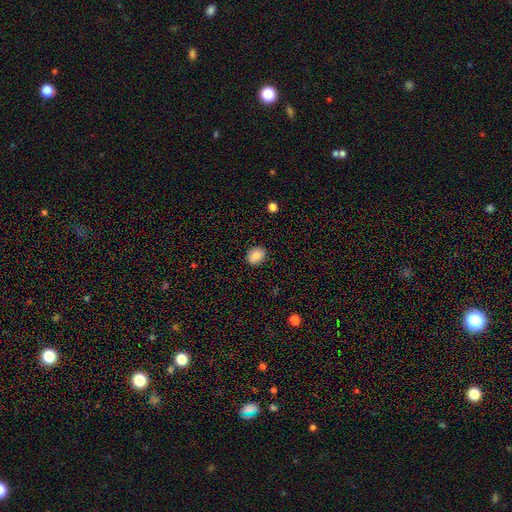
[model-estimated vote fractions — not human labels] Smooth or featured: smooth — 87% (star or artifact — 8%)
How rounded: in between — 58% (round — 41%)
Merging: none — 86% (minor disturbance — 10%)